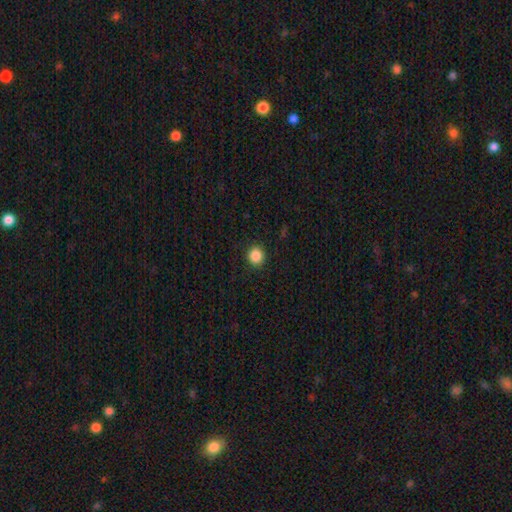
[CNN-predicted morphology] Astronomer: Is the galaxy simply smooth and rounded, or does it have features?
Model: smooth — 86%.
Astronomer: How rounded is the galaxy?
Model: round — 89%.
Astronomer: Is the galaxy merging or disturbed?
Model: none — 91%.